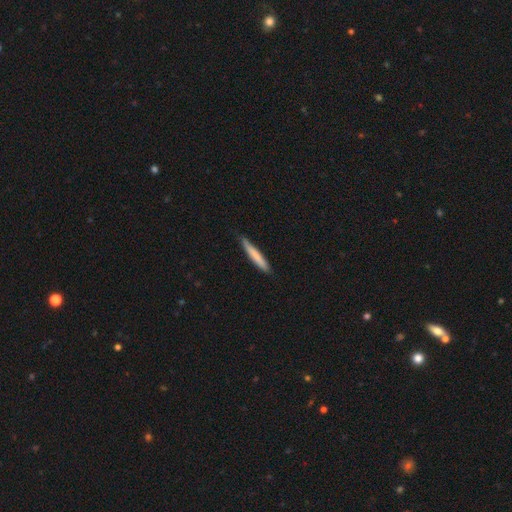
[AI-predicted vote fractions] Smooth or featured? Predicted: smooth (p=0.73). How rounded? Predicted: cigar-shaped (p=0.95). Merging? Predicted: none (p=0.82).